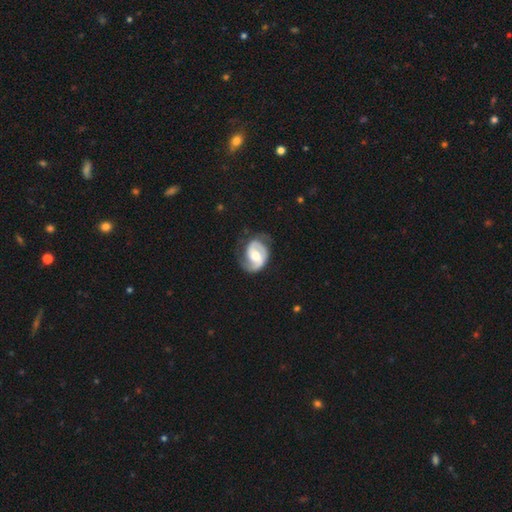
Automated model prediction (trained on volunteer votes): Smooth or featured?
  - featured or disk: 84% *
  - smooth: 12%
  - star or artifact: 4%
Edge-on disk?
  - no: 98% *
  - yes: 2%
Bar?
  - weak: 44% *
  - no: 37%
  - strong: 19%
Spiral arms?
  - yes: 95% *
  - no: 5%
Spiral winding?
  - medium: 48% *
  - tight: 32%
  - loose: 20%
Spiral arm count?
  - 2: 82% *
  - 1: 11%
  - can't tell: 4%
  - 3: 1%
  - 4: 1%
  - more than 4: 1%
Bulge size?
  - moderate: 62% *
  - small: 17%
  - large: 16%
  - none: 3%
  - dominant: 2%
Merging?
  - none: 66% *
  - minor disturbance: 21%
  - major disturbance: 11%
  - merger: 1%